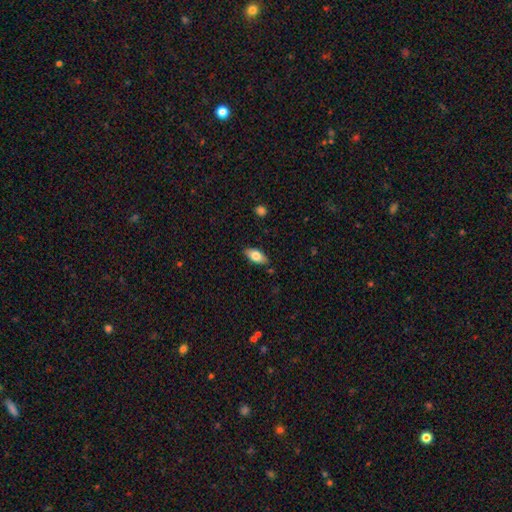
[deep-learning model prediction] Morphology: type=smooth (76%); roundness=in between (89%); merging=none (84%).